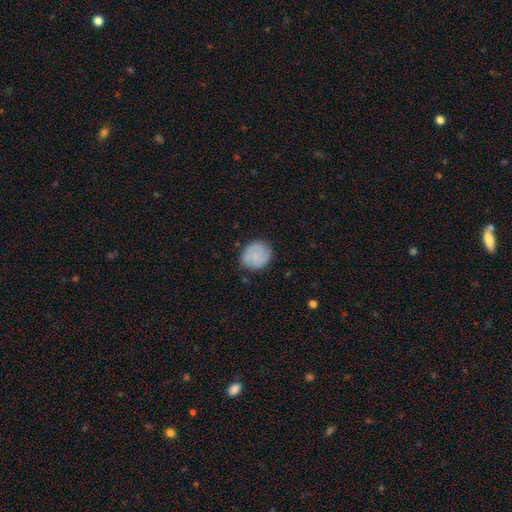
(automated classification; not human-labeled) The model was most divided on "smooth or featured": smooth: 62%, featured or disk: 31%, star or artifact: 7%. More confident: how rounded — round (80%); merging — none (79%).